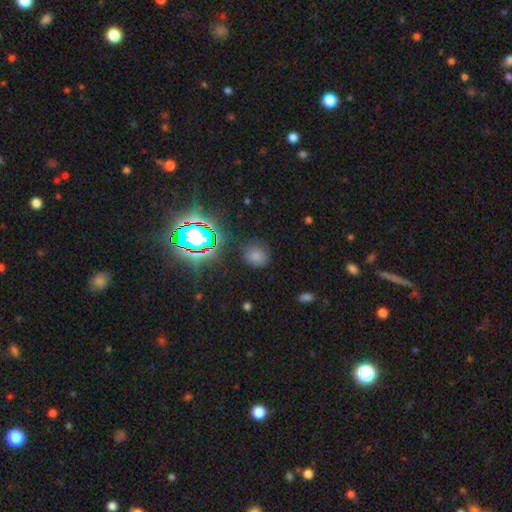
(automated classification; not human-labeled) Smooth or featured?
  - smooth: 67% *
  - star or artifact: 25%
  - featured or disk: 8%
How rounded?
  - round: 73% *
  - in between: 26%
  - cigar-shaped: 1%
Merging?
  - none: 79% *
  - minor disturbance: 13%
  - major disturbance: 5%
  - merger: 2%